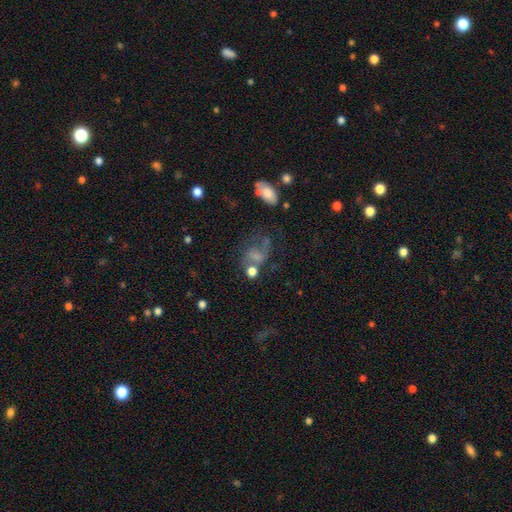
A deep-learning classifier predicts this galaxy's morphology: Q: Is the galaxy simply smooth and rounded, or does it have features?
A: smooth — 42%.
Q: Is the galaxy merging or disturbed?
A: none — 37%.